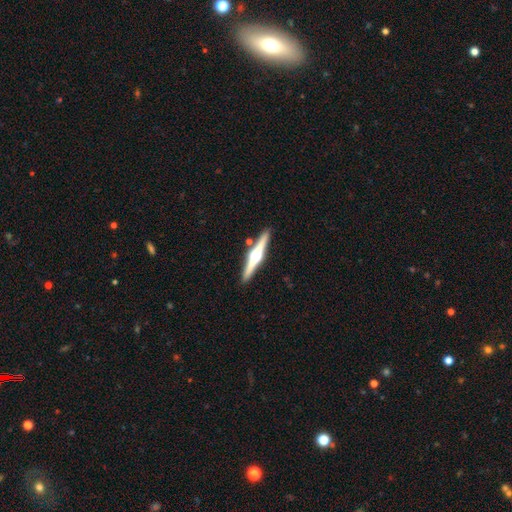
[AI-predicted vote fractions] The model was most divided on "smooth or featured": featured or disk: 80%, smooth: 15%, star or artifact: 5%. More confident: edge-on disk — yes (98%); edge-on bulge — rounded (95%); merging — none (90%).